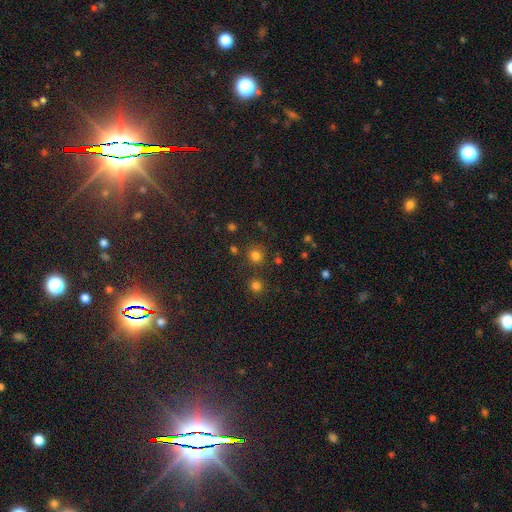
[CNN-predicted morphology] This appears to be a smooth galaxy with no disk features (77%) that is round (90%). Merging: none (81%).